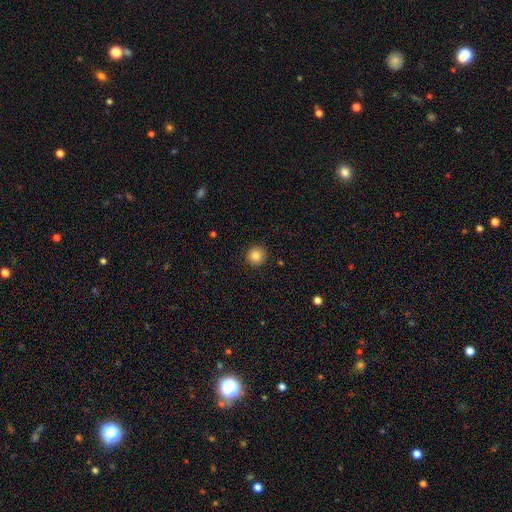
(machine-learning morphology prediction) smooth-or-featured: smooth: 85% | star or artifact: 10% | featured or disk: 5%
  how-rounded: round: 96% | in between: 4% | cigar-shaped: 1%
  merging: none: 92% | minor disturbance: 5% | major disturbance: 2% | merger: 1%